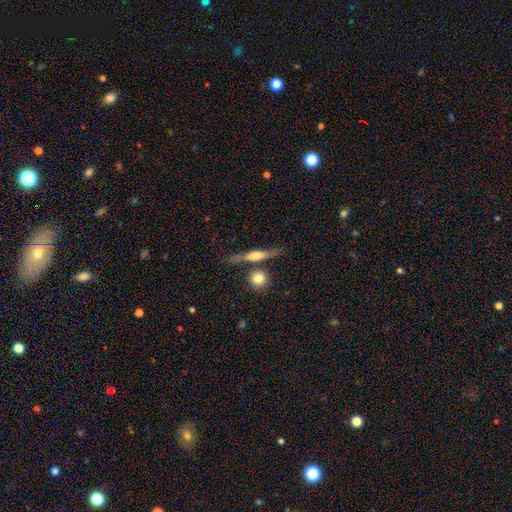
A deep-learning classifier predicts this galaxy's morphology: A featured or disk galaxy (59%) viewed edge-on (91%) with a rounded central bulge (83%).

Vote fractions:
- Smooth or featured? featured or disk: 59% / smooth: 35% / star or artifact: 7%
- Edge-on disk? yes: 91% / no: 9%
- Edge-on bulge? rounded: 83% / boxy: 11% / none: 6%
- Merging? none: 73% / minor disturbance: 12% / merger: 11% / major disturbance: 4%